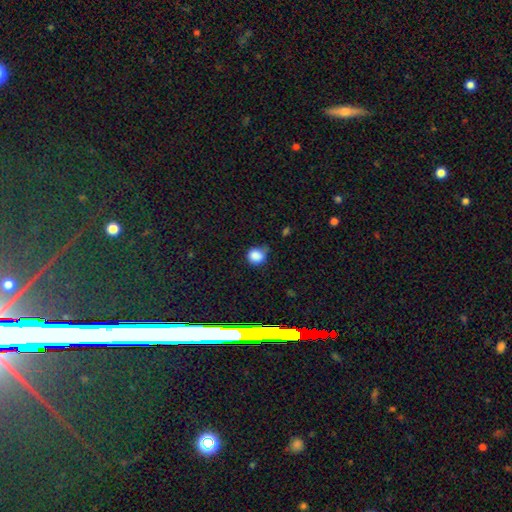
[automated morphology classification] Smooth or featured? Predicted: smooth (p=0.83). How rounded? Predicted: round (p=0.89). Merging? Predicted: none (p=0.60).